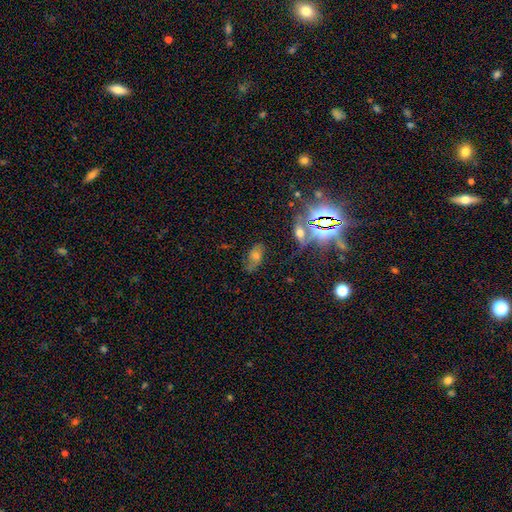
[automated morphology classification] smooth-or-featured: star or artifact: 40% | featured or disk: 35% | smooth: 25%